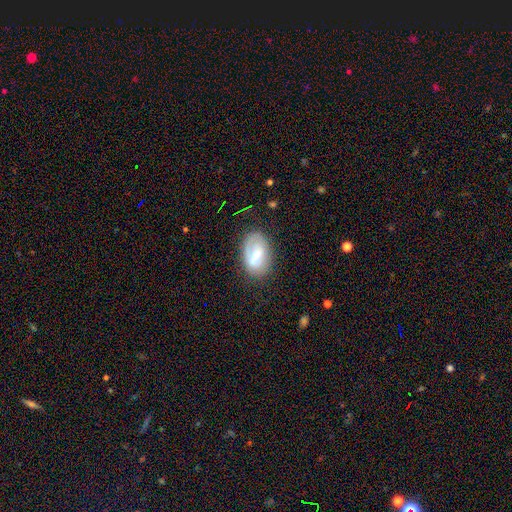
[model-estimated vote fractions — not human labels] Morphology: type=smooth (48%); merging=none (68%).